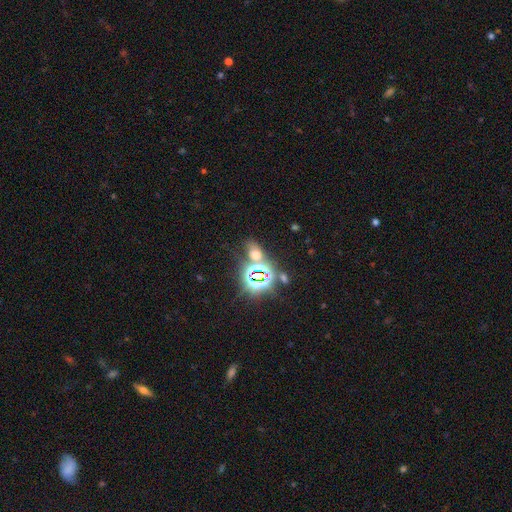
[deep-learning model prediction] Smooth or featured? Predicted: star or artifact (p=0.59).